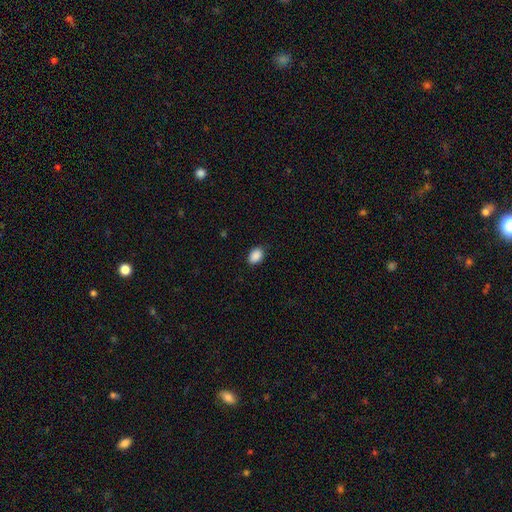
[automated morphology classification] A smooth galaxy with no disk features (90%) that is in between round and cigar-shaped (82%).

Vote fractions:
- Smooth or featured? smooth: 90% / star or artifact: 8% / featured or disk: 2%
- How rounded? in between: 82% / round: 17% / cigar-shaped: 1%
- Merging? none: 87% / minor disturbance: 9% / major disturbance: 2% / merger: 1%